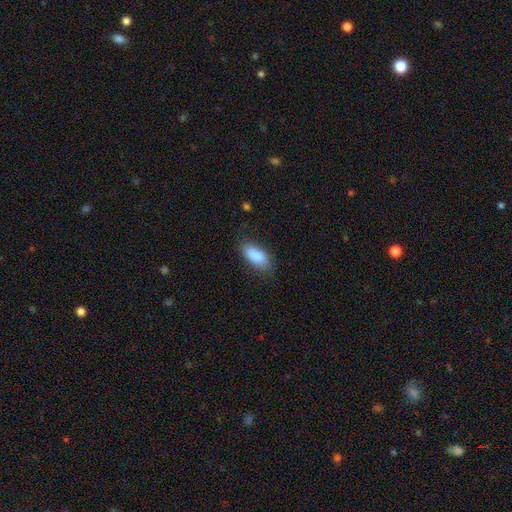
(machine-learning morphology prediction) A smooth galaxy with no disk features (87%) that is in between round and cigar-shaped (85%). Merging: none (74%).